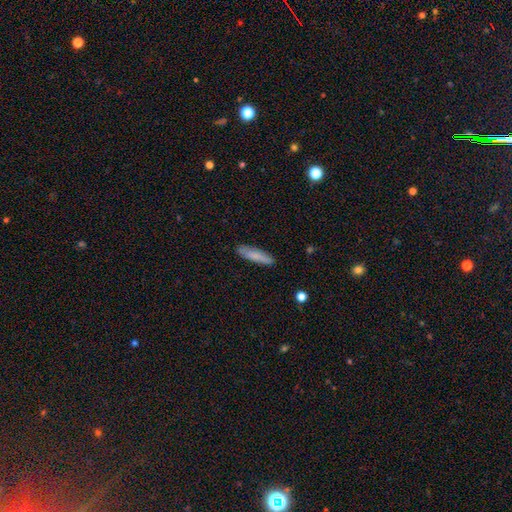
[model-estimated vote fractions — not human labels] This is likely a smooth galaxy (79%). How rounded: clearly cigar-shaped (80%). Merging: clearly none (86%).